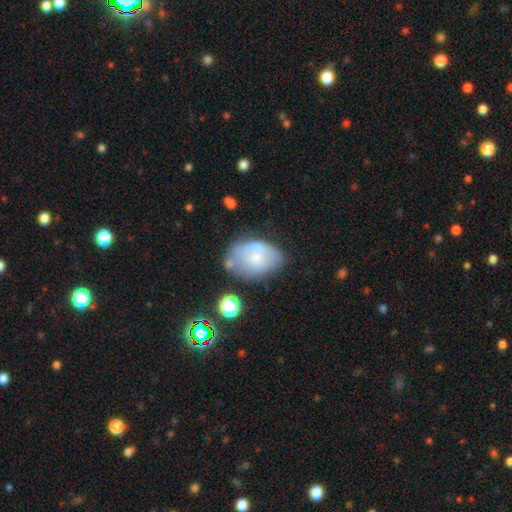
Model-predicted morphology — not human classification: Smooth or featured: smooth — 52% (featured or disk — 38%)
How rounded: in between — 83% (round — 16%)
Merging: none — 42% (minor disturbance — 27%)